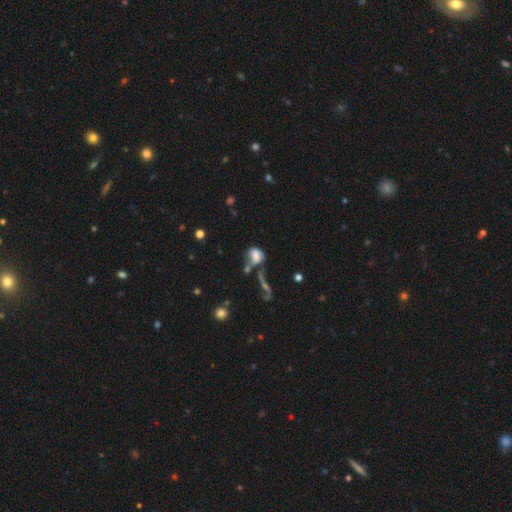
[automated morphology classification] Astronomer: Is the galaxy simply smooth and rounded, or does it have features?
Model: smooth — 59%.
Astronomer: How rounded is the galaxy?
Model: in between — 67%.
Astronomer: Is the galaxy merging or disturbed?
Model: merger — 32% (runner-up: none, 28%).